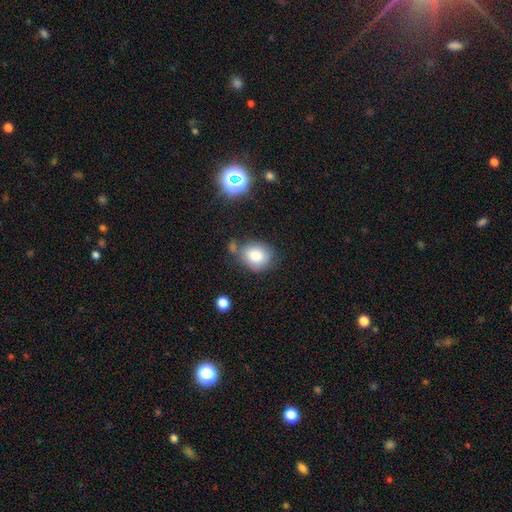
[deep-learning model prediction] smooth-or-featured: smooth: 82% | star or artifact: 10% | featured or disk: 8%
  how-rounded: round: 54% | in between: 45% | cigar-shaped: 1%
  merging: none: 61% | minor disturbance: 22% | merger: 10% | major disturbance: 7%